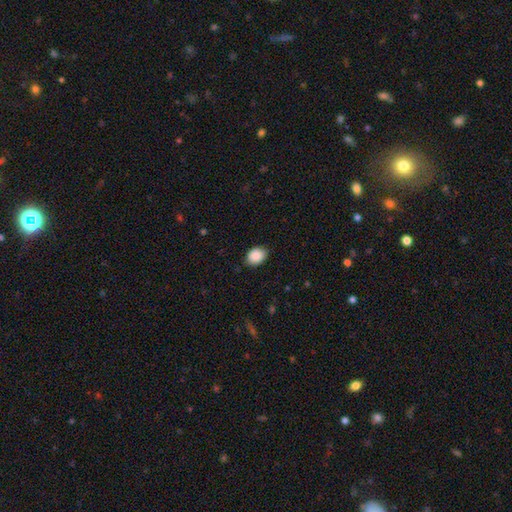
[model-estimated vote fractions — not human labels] Smooth or featured? smooth (90%)
How rounded? in between (67%)
Merging? none (85%)